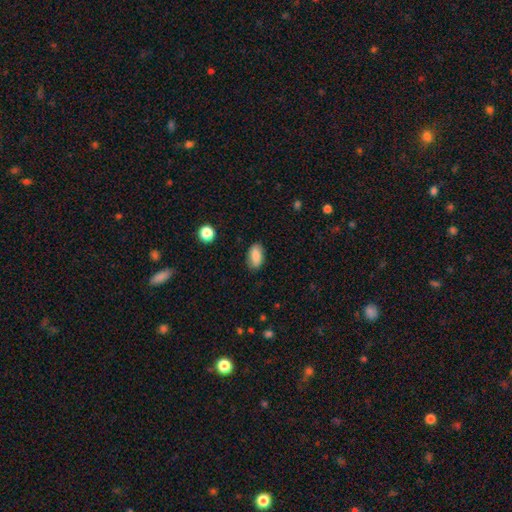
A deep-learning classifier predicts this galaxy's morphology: Overall: smooth (85%). How rounded: in between (91%). Merging: none (85%).